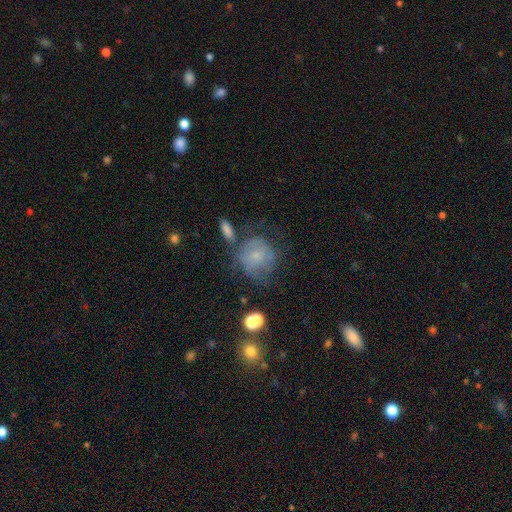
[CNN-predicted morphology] type=smooth (49%); merging=none (45%).